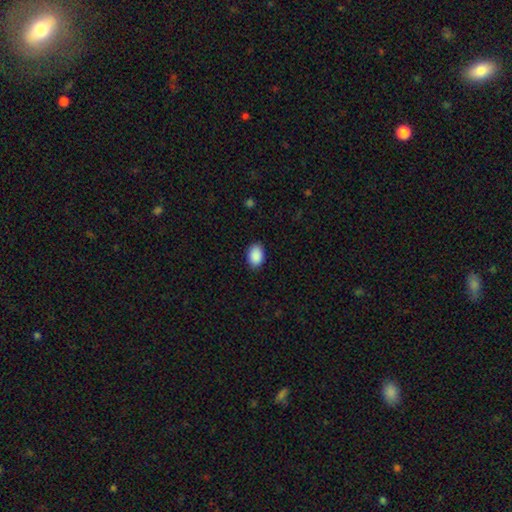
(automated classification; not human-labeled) The model was most divided on "how rounded": in between: 85%, round: 14%, cigar-shaped: 1%. More confident: smooth or featured — smooth (91%); merging — none (87%).